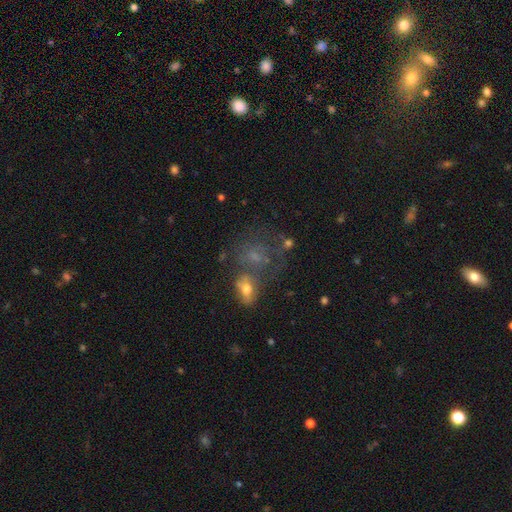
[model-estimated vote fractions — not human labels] This appears to be a smooth galaxy with no disk features (41%). Merging: none (36%).